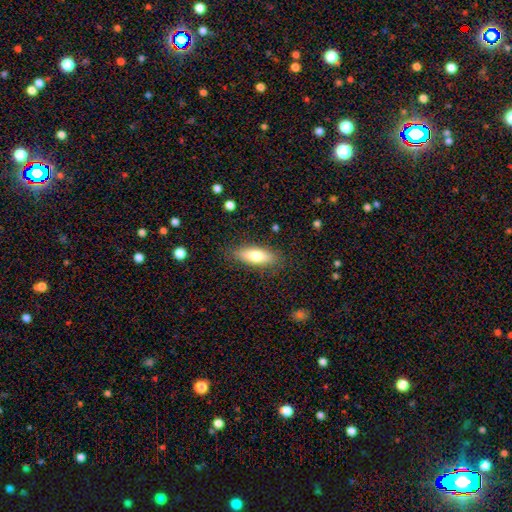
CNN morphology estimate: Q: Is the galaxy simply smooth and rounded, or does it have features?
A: smooth — 71%.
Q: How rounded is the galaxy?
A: in between — 66%.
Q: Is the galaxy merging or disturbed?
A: none — 84%.